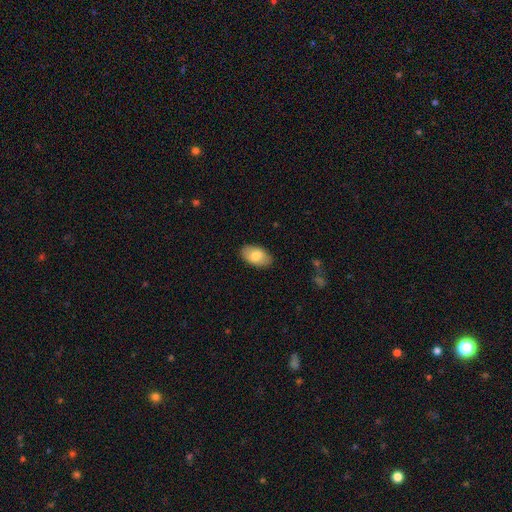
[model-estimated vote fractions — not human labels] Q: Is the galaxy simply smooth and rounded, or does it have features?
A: smooth — 78%.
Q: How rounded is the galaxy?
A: in between — 94%.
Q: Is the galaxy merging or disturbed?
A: none — 87%.